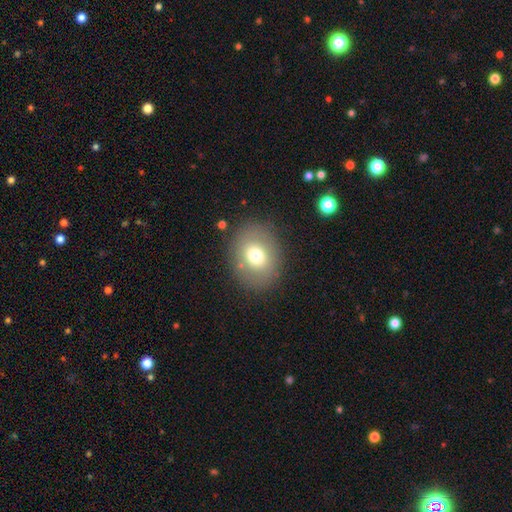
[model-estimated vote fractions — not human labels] This appears to be a smooth galaxy with no disk features (69%) that is round (53%). Merging: none (83%).